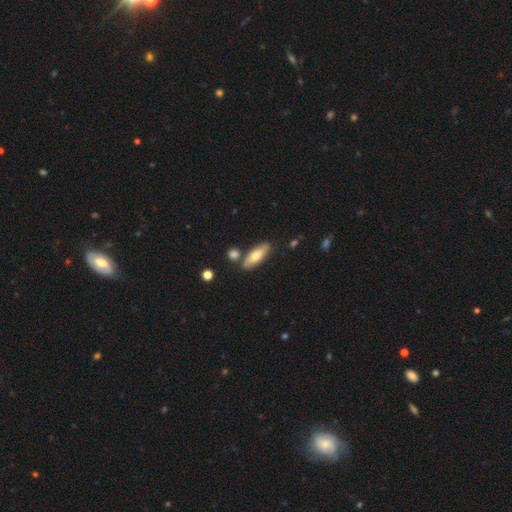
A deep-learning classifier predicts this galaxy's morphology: smooth 68%, featured or disk 26%, star or artifact 6%. Down the decision tree: how rounded — in between (63%); merging — none (75%).